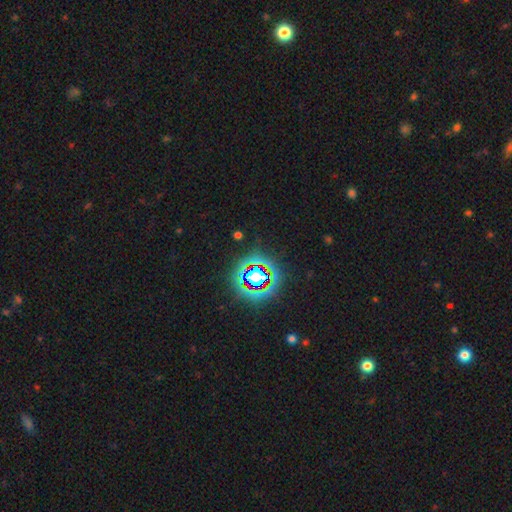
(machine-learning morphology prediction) Smooth or featured?
  - star or artifact: 79% *
  - smooth: 12%
  - featured or disk: 9%